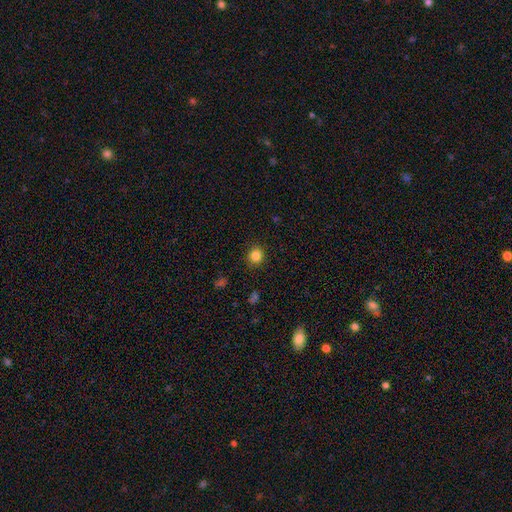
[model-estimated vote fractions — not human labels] Overall: smooth (84%). How rounded: round (88%). Merging: none (90%).